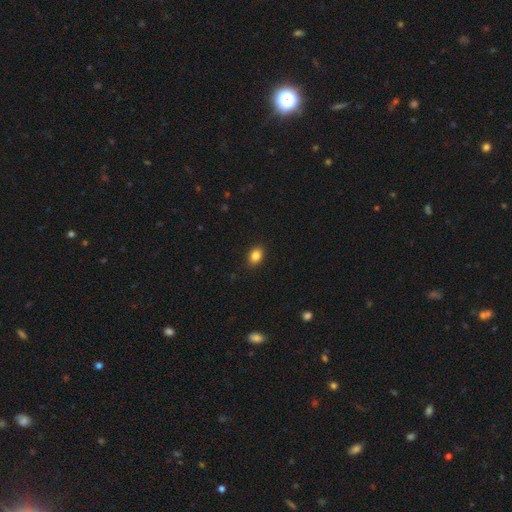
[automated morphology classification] Smooth or featured? smooth (85%)
How rounded? in between (76%)
Merging? none (89%)